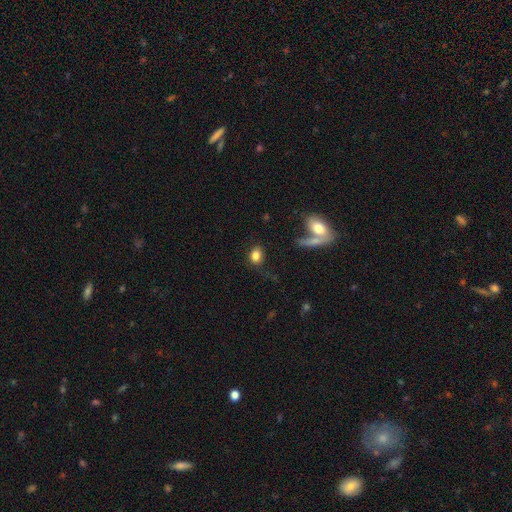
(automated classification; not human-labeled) smooth 83%, star or artifact 9%, featured or disk 8%. Down the decision tree: how rounded — in between (54%); merging — none (73%).